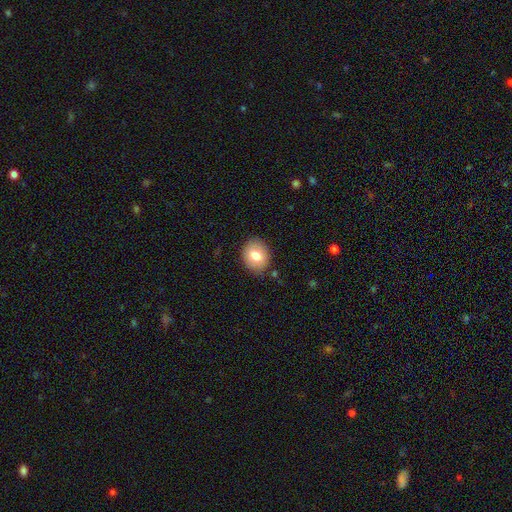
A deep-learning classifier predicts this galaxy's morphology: This appears to be a smooth galaxy with no disk features (78%) that is round (55%). Merging: none (84%).